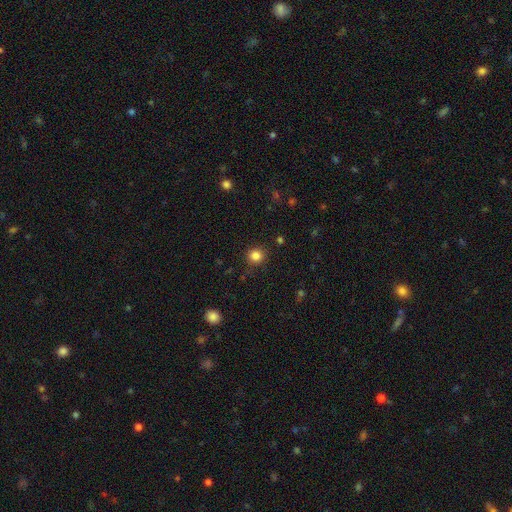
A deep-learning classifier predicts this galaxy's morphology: Smooth or featured? Predicted: smooth (p=0.84). How rounded? Predicted: round (p=0.89). Merging? Predicted: none (p=0.88).